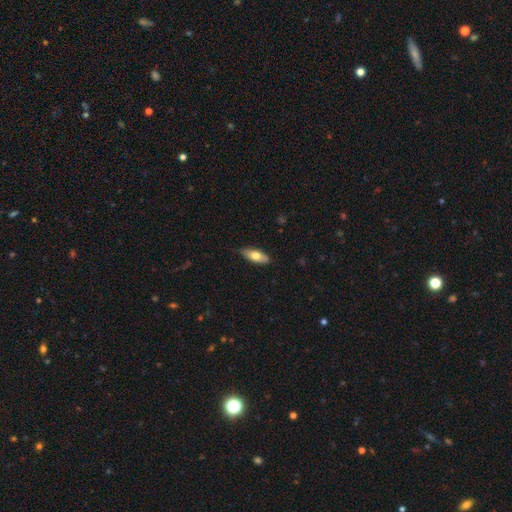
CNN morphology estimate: A smooth galaxy with no disk features (66%) that is in between round and cigar-shaped (72%).

Vote fractions:
- Smooth or featured? smooth: 66% / featured or disk: 28% / star or artifact: 6%
- How rounded? in between: 72% / cigar-shaped: 26% / round: 3%
- Merging? none: 84% / minor disturbance: 13% / major disturbance: 2% / merger: 1%